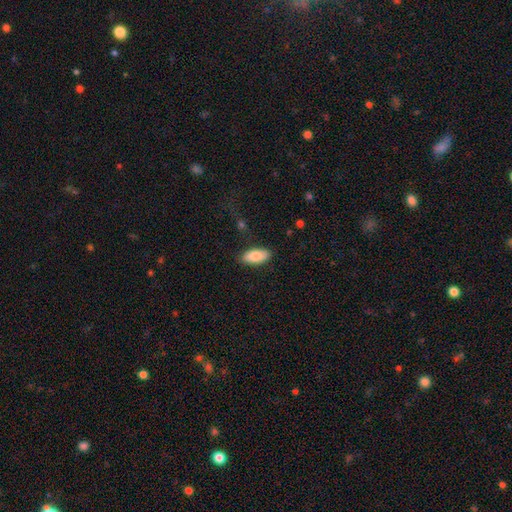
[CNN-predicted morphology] A smooth galaxy with no disk features (83%) that is in between round and cigar-shaped (89%). Merging: none (85%).